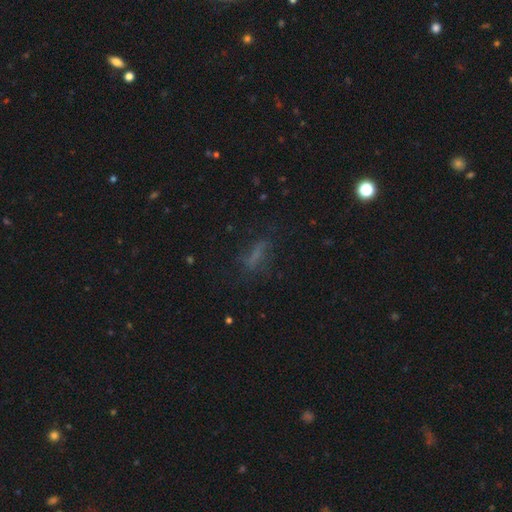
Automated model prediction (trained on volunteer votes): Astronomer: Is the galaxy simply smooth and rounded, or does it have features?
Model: smooth — 54%.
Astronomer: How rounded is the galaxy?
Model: cigar-shaped — 58% (runner-up: in between, 37%).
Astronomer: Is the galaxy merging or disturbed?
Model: none — 64%.